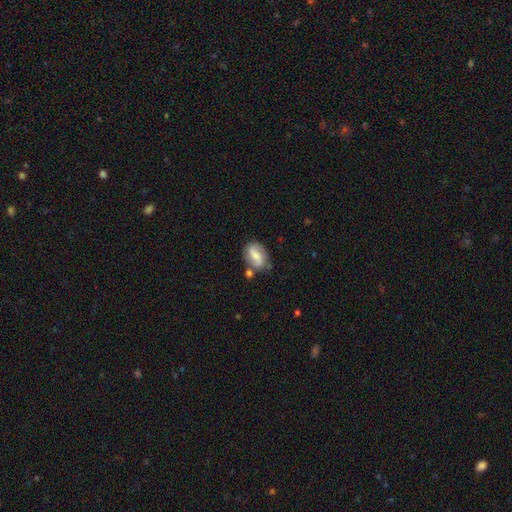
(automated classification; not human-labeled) Smooth or featured? Predicted: featured or disk (p=0.50). Merging? Predicted: none (p=0.62).